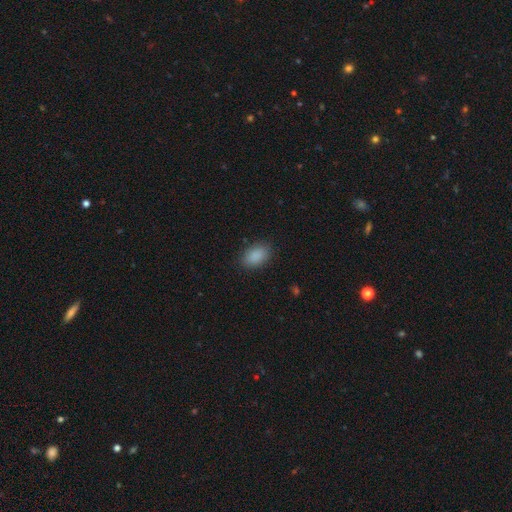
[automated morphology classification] This appears to be a smooth galaxy with no disk features (89%) that is in between round and cigar-shaped (87%). Merging: none (87%).